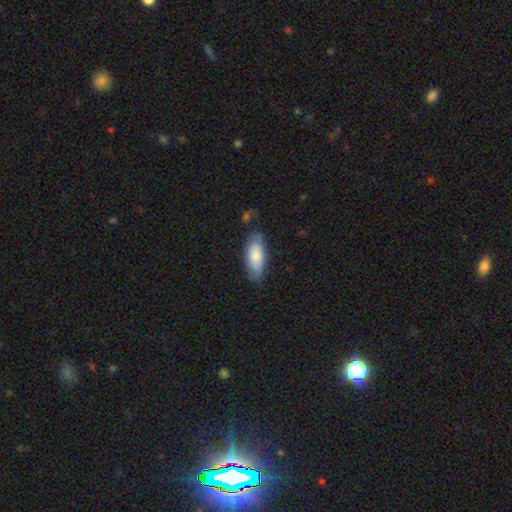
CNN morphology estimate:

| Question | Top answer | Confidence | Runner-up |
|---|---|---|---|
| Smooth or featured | smooth | 79% | featured or disk (16%) |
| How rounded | in between | 80% | cigar-shaped (18%) |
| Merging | none | 73% | minor disturbance (20%) |